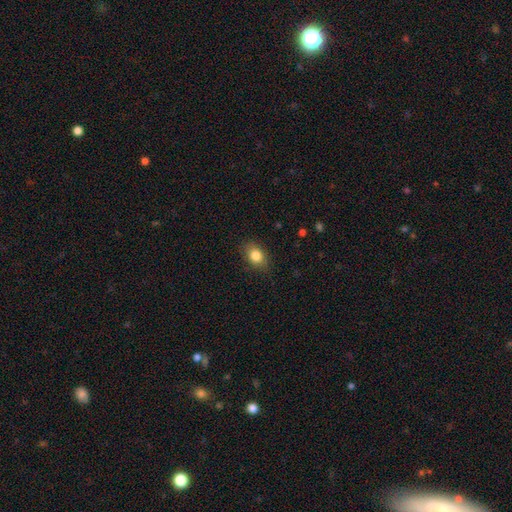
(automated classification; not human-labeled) Smooth or featured? smooth (84%)
How rounded? in between (75%)
Merging? none (84%)